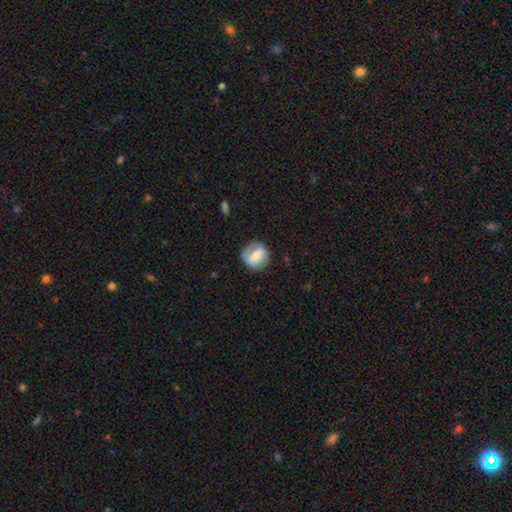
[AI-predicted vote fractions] smooth-or-featured: smooth: 53% | featured or disk: 40% | star or artifact: 7%
  how-rounded: round: 80% | in between: 19% | cigar-shaped: 2%
  merging: none: 77% | minor disturbance: 15% | major disturbance: 6% | merger: 1%